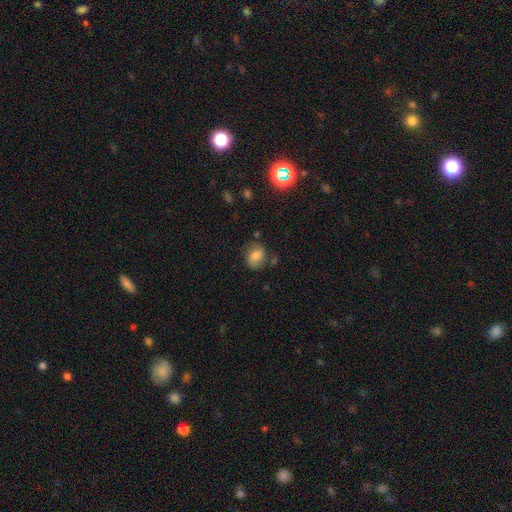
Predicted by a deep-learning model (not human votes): A smooth galaxy with no disk features (72%) that is round (59%). Merging: none (71%).